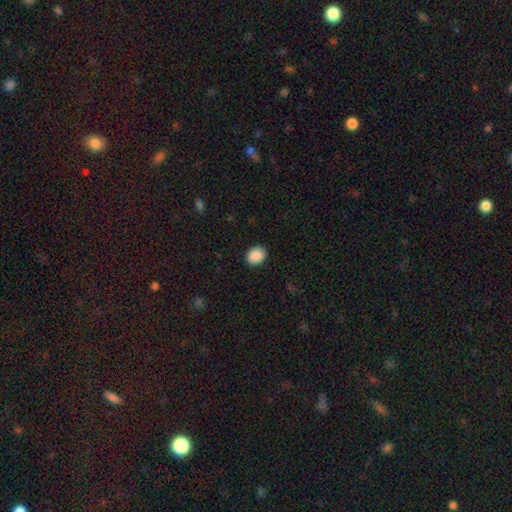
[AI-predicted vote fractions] smooth-or-featured: smooth: 90% | star or artifact: 8% | featured or disk: 3%
  how-rounded: round: 51% | in between: 48% | cigar-shaped: 1%
  merging: none: 90% | minor disturbance: 7% | major disturbance: 2% | merger: 1%